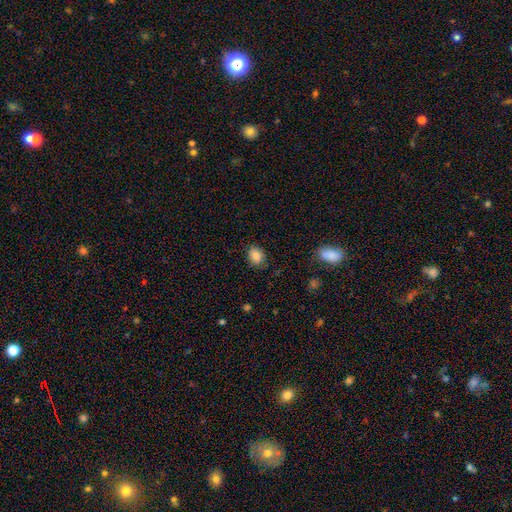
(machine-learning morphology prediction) Smooth or featured: smooth — 83% (star or artifact — 10%)
How rounded: in between — 54% (round — 45%)
Merging: none — 79% (minor disturbance — 16%)